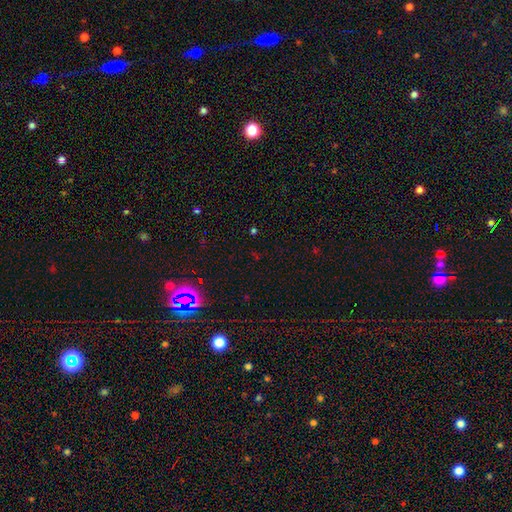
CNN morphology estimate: This is likely a star or artifact rather than a galaxy (70%).